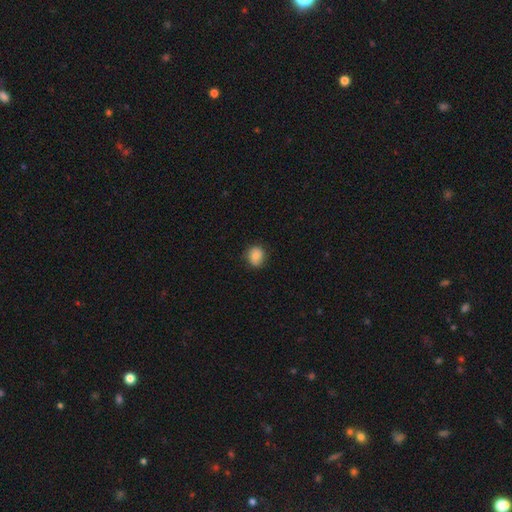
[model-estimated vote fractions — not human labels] Smooth or featured: smooth — 79% (featured or disk — 12%)
How rounded: round — 76% (in between — 23%)
Merging: none — 80% (minor disturbance — 16%)